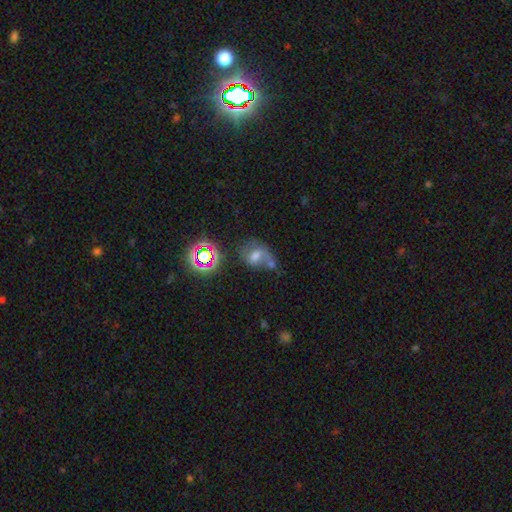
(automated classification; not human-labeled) smooth-or-featured: smooth: 45% | featured or disk: 33% | star or artifact: 22%
  merging: none: 32% | merger: 29% | major disturbance: 20% | minor disturbance: 19%